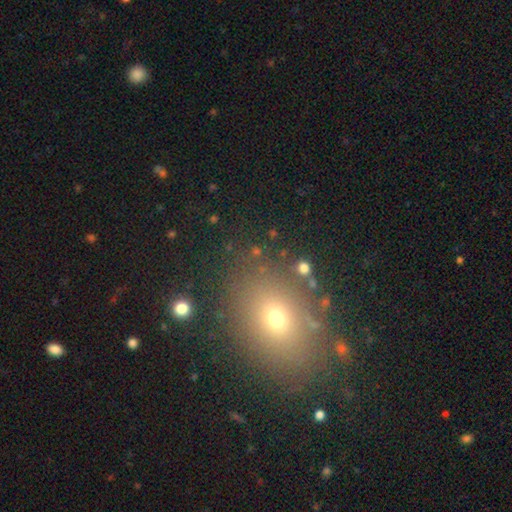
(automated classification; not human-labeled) A smooth galaxy with no disk features (60%) that is in between round and cigar-shaped (56%). Merging: none (81%).